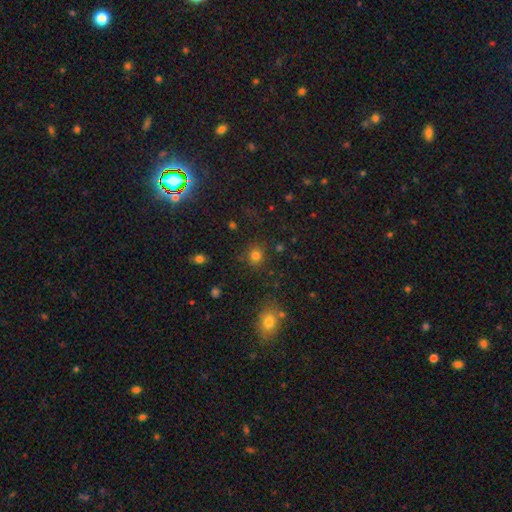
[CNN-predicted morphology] type=smooth (79%); roundness=round (85%); merging=none (84%).